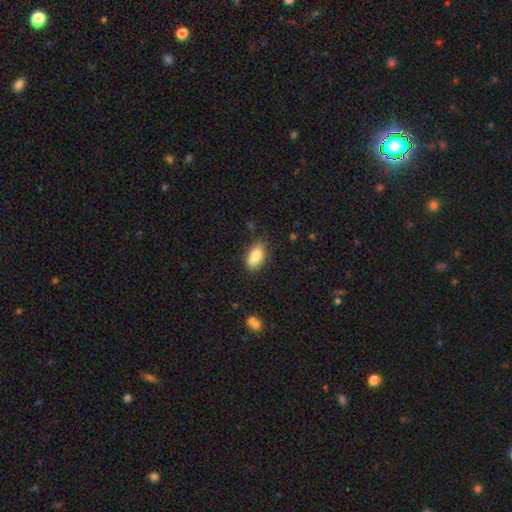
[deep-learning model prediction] A smooth galaxy with no disk features (82%) that is in between round and cigar-shaped (90%). Merging: none (75%).